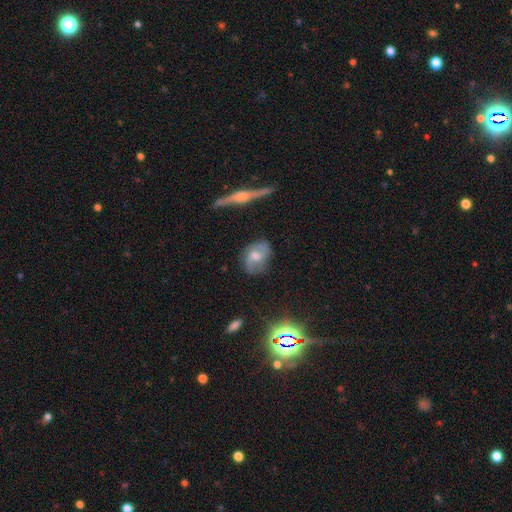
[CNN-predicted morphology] featured or disk 53%, smooth 37%, star or artifact 9%. Down the decision tree: edge-on disk — no (92%); merging — none (69%).